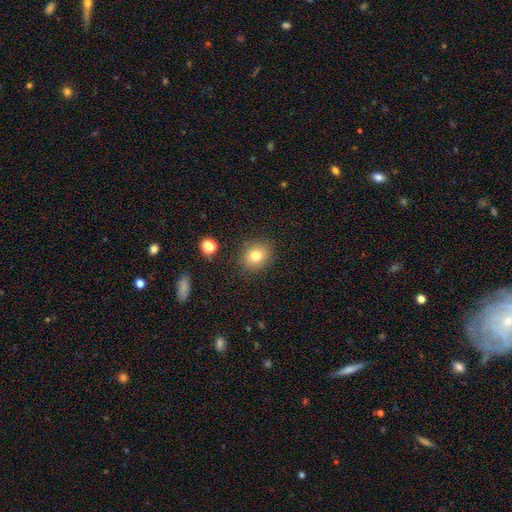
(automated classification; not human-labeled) Smooth or featured? Predicted: smooth (p=0.78). How rounded? Predicted: round (p=0.68). Merging? Predicted: none (p=0.86).